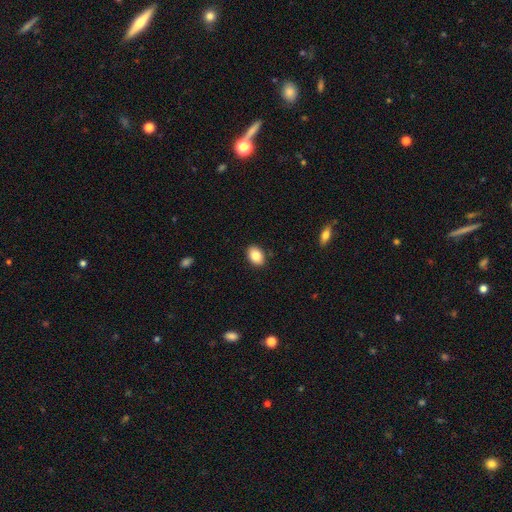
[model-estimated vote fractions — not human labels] Overall: smooth (85%). How rounded: in between (81%). Merging: none (89%).